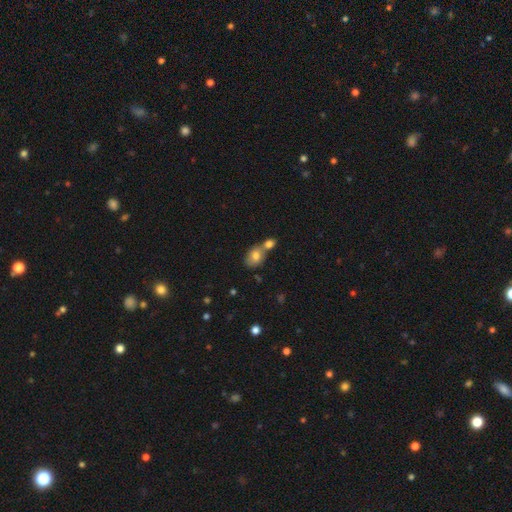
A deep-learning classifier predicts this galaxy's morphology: A smooth galaxy with no disk features (78%) that is in between round and cigar-shaped (69%).

Vote fractions:
- Smooth or featured? smooth: 78% / featured or disk: 13% / star or artifact: 9%
- How rounded? in between: 69% / round: 29% / cigar-shaped: 2%
- Merging? merger: 52% / none: 35% / minor disturbance: 9% / major disturbance: 3%